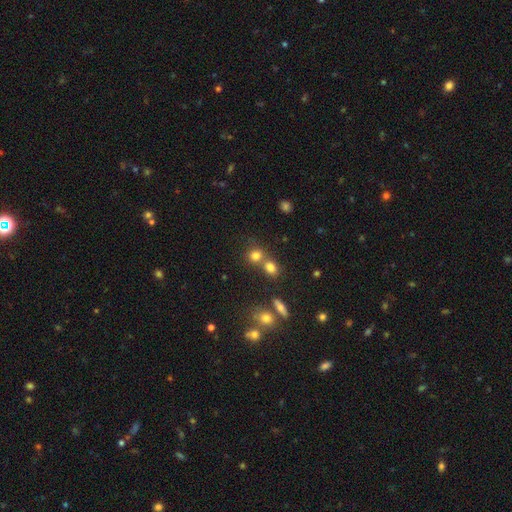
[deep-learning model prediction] Morphology: type=smooth (75%); roundness=round (81%); merging=none (47%).